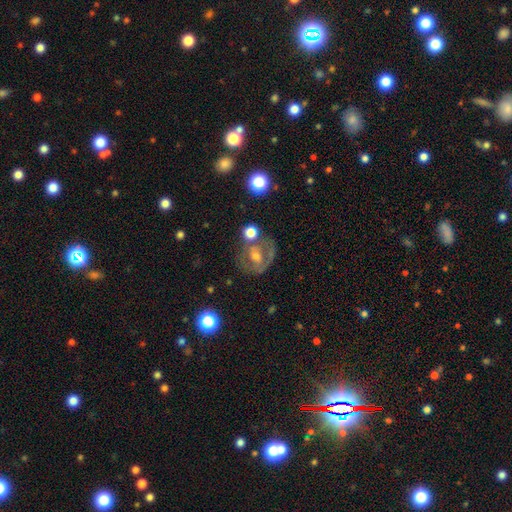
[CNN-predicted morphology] This is possibly a featured or disk galaxy (57%). It is clearly not viewed edge-on (96%). Bar: possibly no (59%). Spiral arm pattern: likely no (60%). Central bulge: possibly moderate (59%). Merging: possibly none (55%).